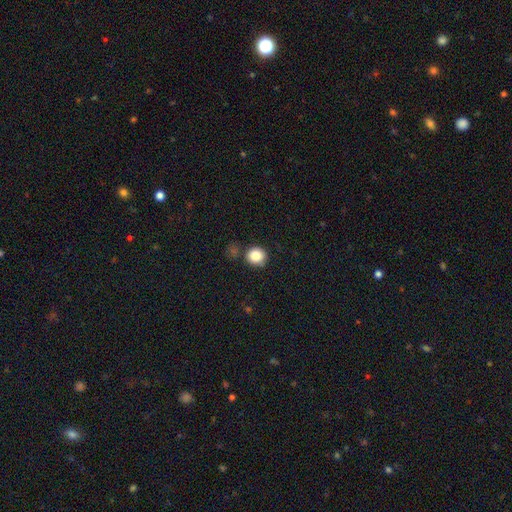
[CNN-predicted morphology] type=smooth (86%); roundness=round (87%); merging=none (76%).